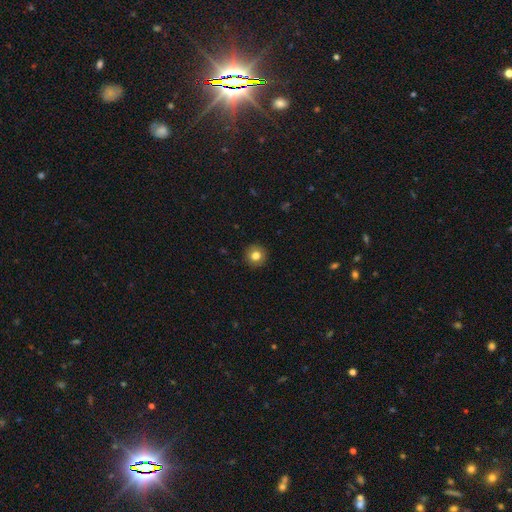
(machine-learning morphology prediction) A smooth galaxy with no disk features (80%) that is round (94%). Merging: none (92%).